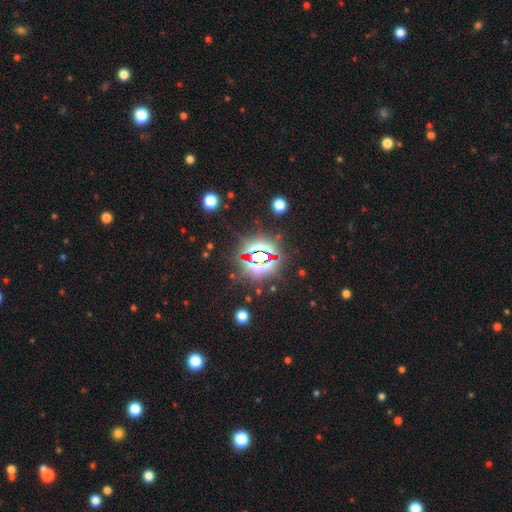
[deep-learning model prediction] star or artifact 84%, smooth 9%, featured or disk 7%.